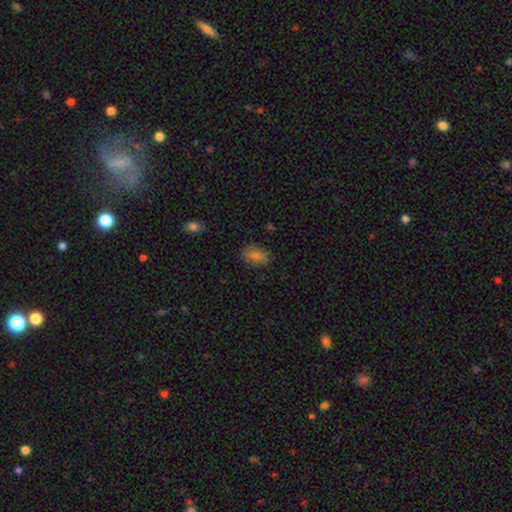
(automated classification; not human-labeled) smooth 74%, star or artifact 13%, featured or disk 13%. Down the decision tree: how rounded — in between (85%); merging — none (81%).